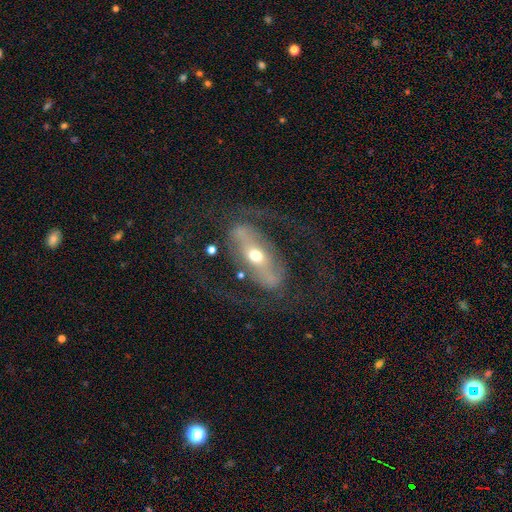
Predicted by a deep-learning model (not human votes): Smooth or featured? Predicted: featured or disk (p=0.76). Edge-on disk? Predicted: no (p=0.88). Bar? Predicted: strong (p=0.42). Spiral arms? Predicted: yes (p=0.71). Bulge size? Predicted: moderate (p=0.74). Merging? Predicted: none (p=0.61).